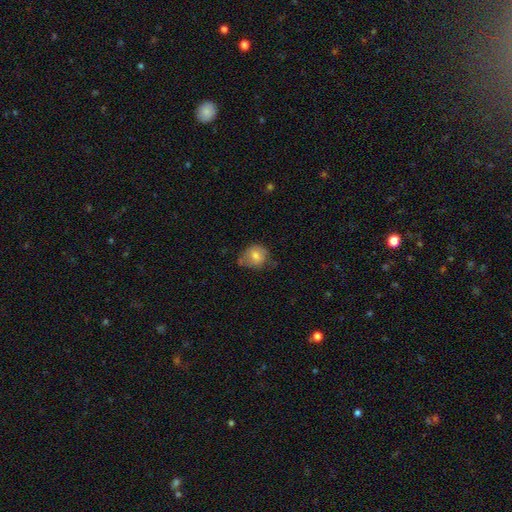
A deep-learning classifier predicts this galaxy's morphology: This appears to be a smooth galaxy with no disk features (73%) that is round (69%). Merging: none (53%).